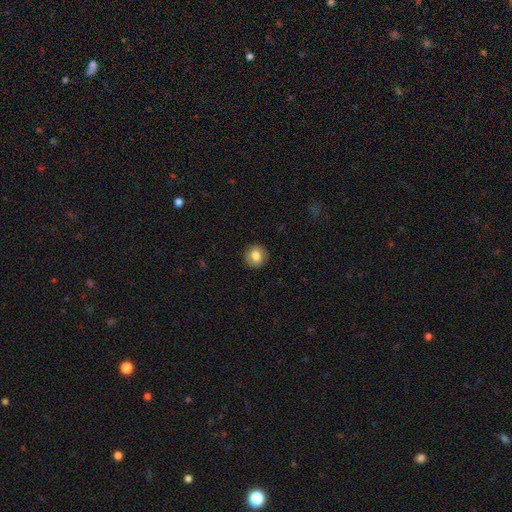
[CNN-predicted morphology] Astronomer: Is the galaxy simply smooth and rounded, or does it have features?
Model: smooth — 81%.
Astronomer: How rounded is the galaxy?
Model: round — 89%.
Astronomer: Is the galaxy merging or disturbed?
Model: none — 90%.